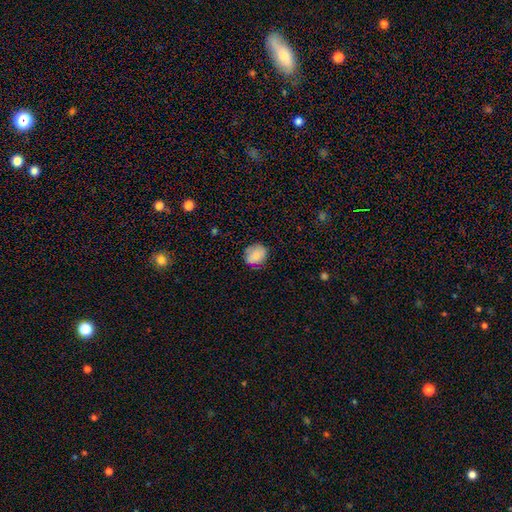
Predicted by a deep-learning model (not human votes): Morphology: type=smooth (83%); roundness=round (66%); merging=none (76%).